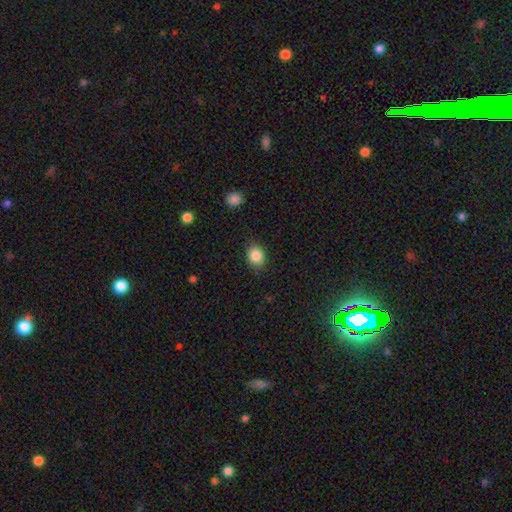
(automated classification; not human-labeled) Smooth or featured? Predicted: smooth (p=0.86). How rounded? Predicted: round (p=0.54). Merging? Predicted: none (p=0.86).